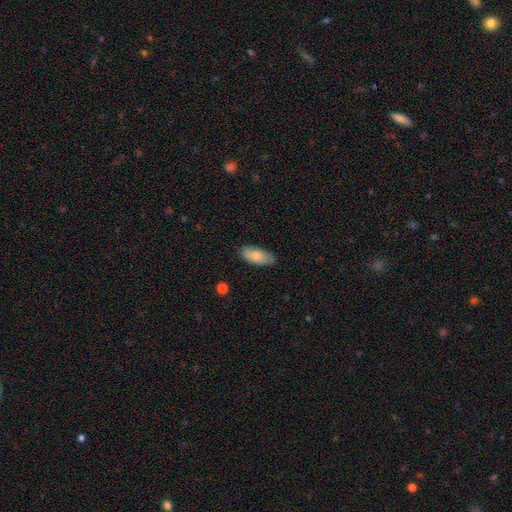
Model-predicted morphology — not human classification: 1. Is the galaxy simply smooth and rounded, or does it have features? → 75% smooth, 19% featured or disk, 6% star or artifact.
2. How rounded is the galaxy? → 87% in between, 11% cigar-shaped, 2% round.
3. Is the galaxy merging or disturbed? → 77% none, 18% minor disturbance, 3% major disturbance, 1% merger.